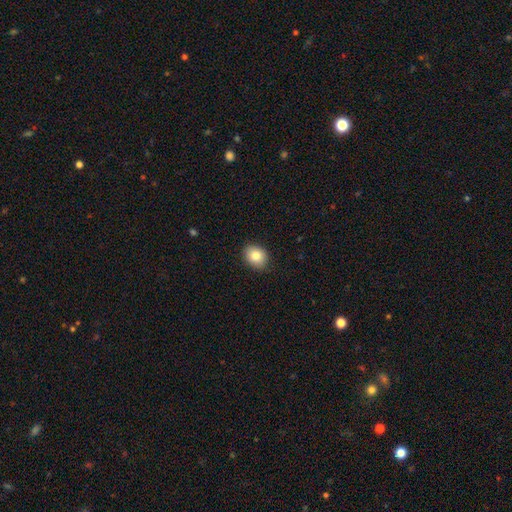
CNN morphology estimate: The model was most divided on "how rounded": in between: 54%, round: 45%, cigar-shaped: 1%. More confident: merging — none (88%); smooth or featured — smooth (84%).